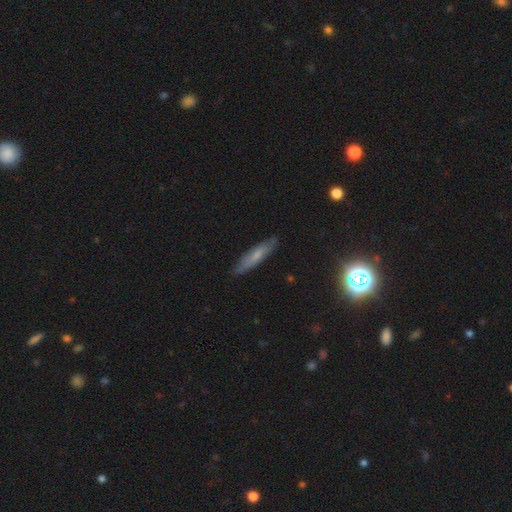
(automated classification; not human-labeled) Q: Smooth or featured?
A: smooth (56%); runner-up: featured or disk (34%)
Q: How rounded?
A: cigar-shaped (82%); runner-up: in between (16%)
Q: Merging?
A: none (83%); runner-up: minor disturbance (14%)